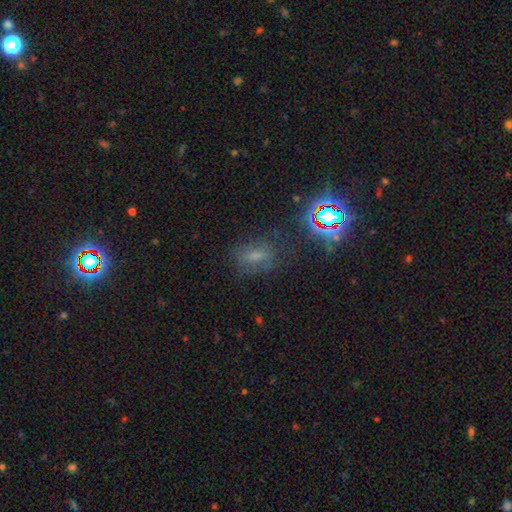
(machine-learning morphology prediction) type=smooth (40%); merging=none (62%).